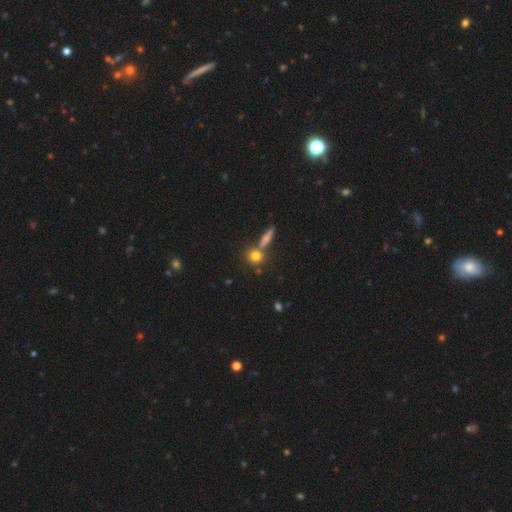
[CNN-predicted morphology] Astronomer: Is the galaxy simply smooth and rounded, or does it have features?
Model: smooth — 75%.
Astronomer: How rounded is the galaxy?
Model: round — 73%.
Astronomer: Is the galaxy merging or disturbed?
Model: none — 60%.